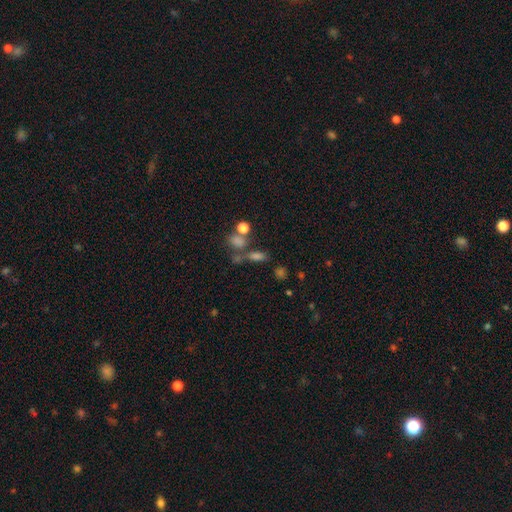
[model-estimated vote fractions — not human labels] Smooth or featured? smooth (46%)
Merging? none (49%)